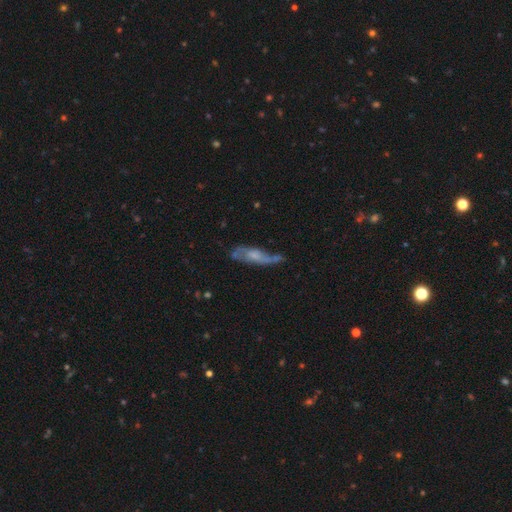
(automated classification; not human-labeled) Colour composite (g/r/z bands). It shows a featured or disk galaxy (60%). Merging: none (46%).